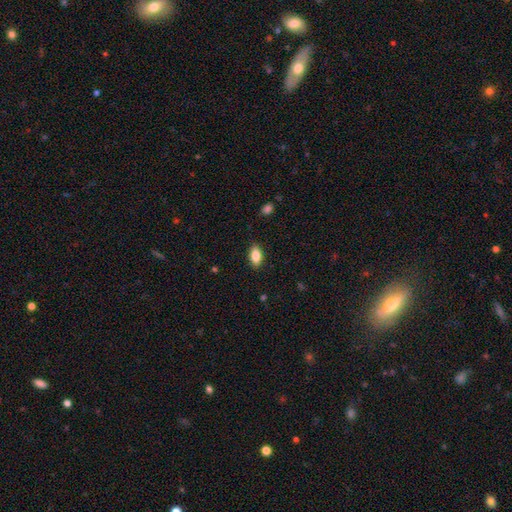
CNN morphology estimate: Smooth or featured? smooth (85%)
How rounded? in between (90%)
Merging? none (88%)